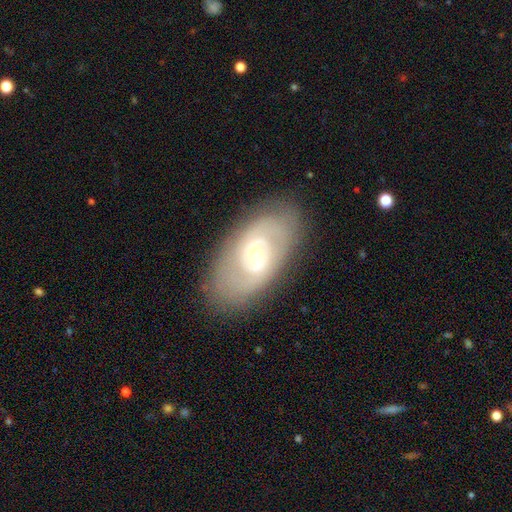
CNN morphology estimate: Smooth or featured? featured or disk (72%)
Edge-on disk? no (93%)
Bar? no (47%)
Spiral arms? yes (74%)
Bulge size? small (51%)
Merging? none (83%)